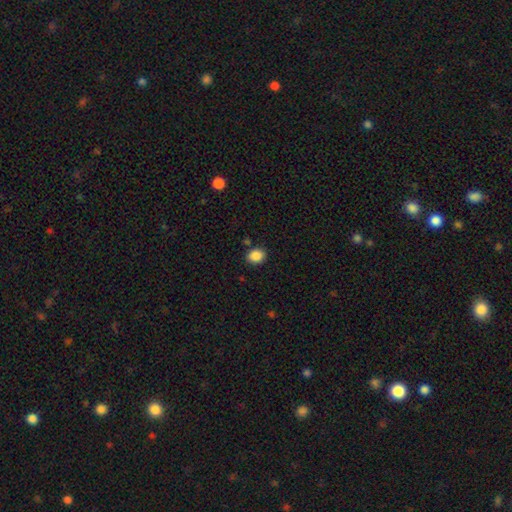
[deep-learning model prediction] A smooth galaxy with no disk features (88%) that is round (51%). Merging: none (85%).